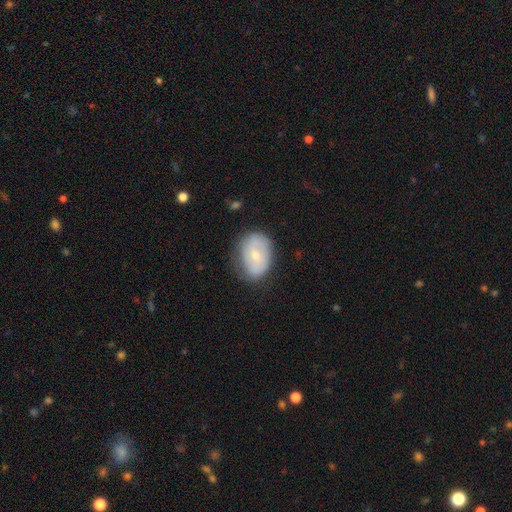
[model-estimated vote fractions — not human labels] smooth 57%, featured or disk 36%, star or artifact 7%. Down the decision tree: how rounded — in between (73%); merging — none (69%).